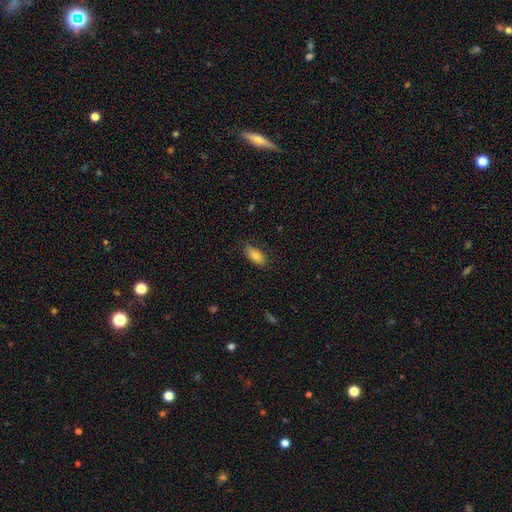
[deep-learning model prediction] Q: Smooth or featured?
A: smooth (79%); runner-up: featured or disk (13%)
Q: How rounded?
A: in between (89%); runner-up: cigar-shaped (7%)
Q: Merging?
A: none (83%); runner-up: minor disturbance (13%)